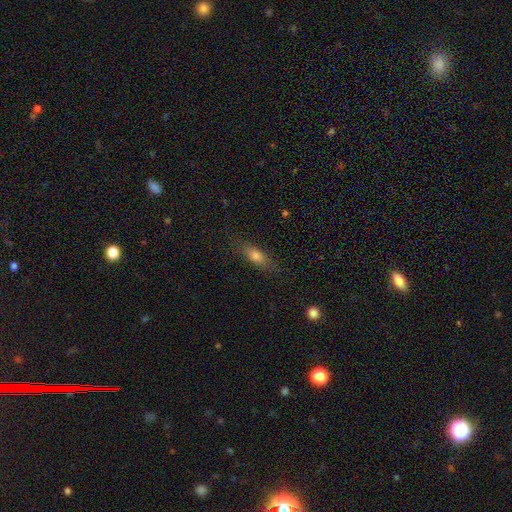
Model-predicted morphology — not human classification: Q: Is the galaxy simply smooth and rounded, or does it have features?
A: smooth — 70%.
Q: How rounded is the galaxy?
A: in between — 58%.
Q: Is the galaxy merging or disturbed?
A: none — 80%.